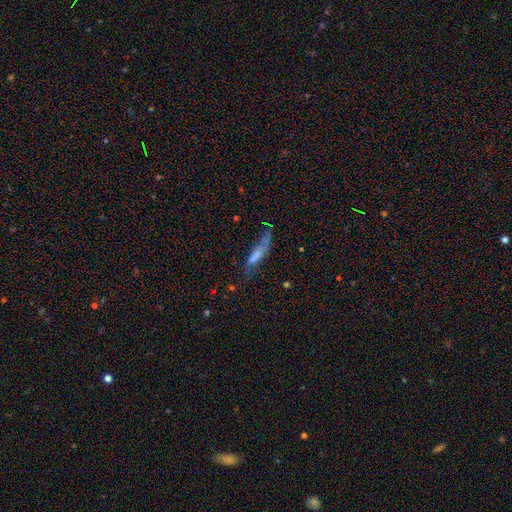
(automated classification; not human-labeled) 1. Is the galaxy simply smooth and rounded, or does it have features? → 45% smooth, 41% featured or disk, 14% star or artifact.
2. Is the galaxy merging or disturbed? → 40% none, 28% major disturbance, 25% minor disturbance, 6% merger.